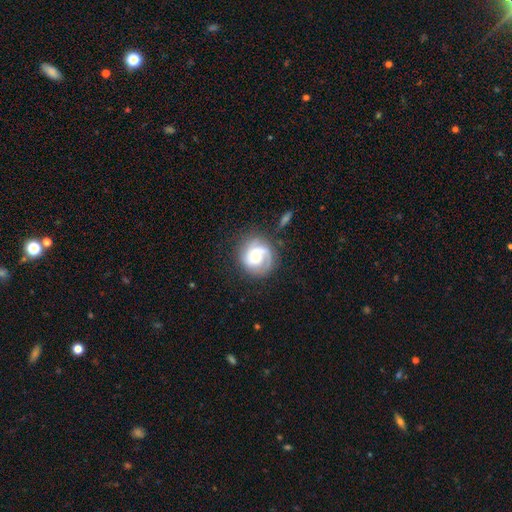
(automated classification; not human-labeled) Smooth or featured?
  - featured or disk: 77% *
  - smooth: 17%
  - star or artifact: 6%
Edge-on disk?
  - no: 98% *
  - yes: 2%
Bar?
  - no: 55% *
  - weak: 37%
  - strong: 8%
Spiral arms?
  - yes: 95% *
  - no: 5%
Spiral winding?
  - tight: 50% *
  - medium: 37%
  - loose: 13%
Spiral arm count?
  - 2: 54% *
  - 1: 24%
  - can't tell: 11%
  - 3: 7%
  - 4: 2%
  - more than 4: 2%
Bulge size?
  - moderate: 55% *
  - small: 29%
  - large: 12%
  - none: 2%
  - dominant: 2%
Merging?
  - none: 72% *
  - minor disturbance: 16%
  - major disturbance: 9%
  - merger: 3%